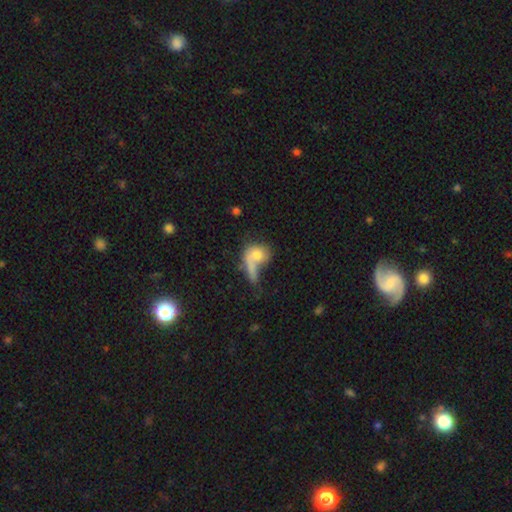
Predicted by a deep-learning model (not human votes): smooth-or-featured: smooth: 70% | featured or disk: 21% | star or artifact: 9%
  how-rounded: round: 49% | in between: 46% | cigar-shaped: 6%
  merging: merger: 42% | none: 25% | major disturbance: 21% | minor disturbance: 12%